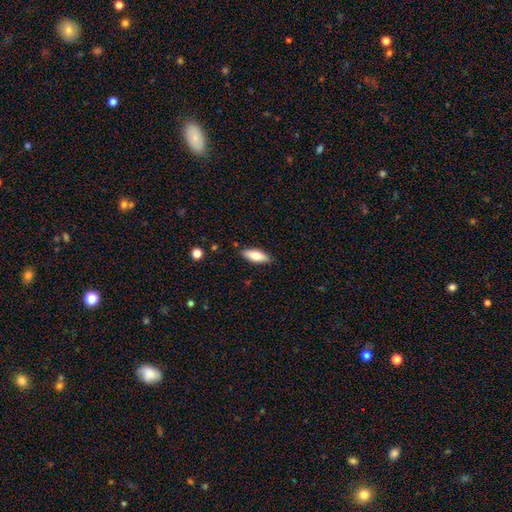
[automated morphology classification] type=smooth (73%); roundness=in between (70%); merging=none (86%).